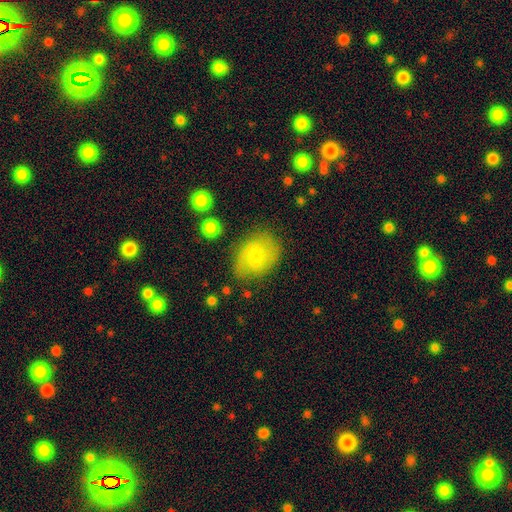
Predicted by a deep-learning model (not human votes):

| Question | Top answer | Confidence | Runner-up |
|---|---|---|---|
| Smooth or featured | featured or disk | 47% | smooth (45%) |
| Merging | none | 74% | minor disturbance (18%) |